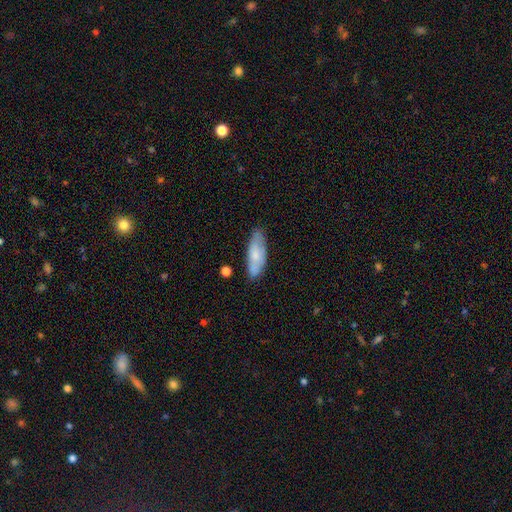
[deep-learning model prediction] This is likely a smooth galaxy (67%). How rounded: likely in between (62%). Merging: likely none (75%).